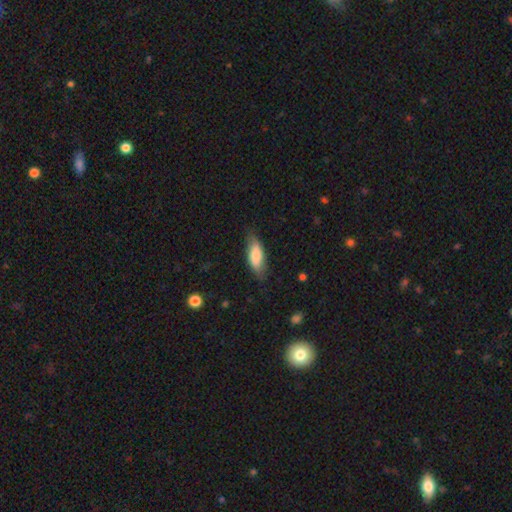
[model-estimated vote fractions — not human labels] Smooth or featured?
  - smooth: 78% *
  - featured or disk: 16%
  - star or artifact: 6%
How rounded?
  - in between: 75% *
  - cigar-shaped: 23%
  - round: 2%
Merging?
  - none: 76% *
  - minor disturbance: 19%
  - major disturbance: 4%
  - merger: 1%